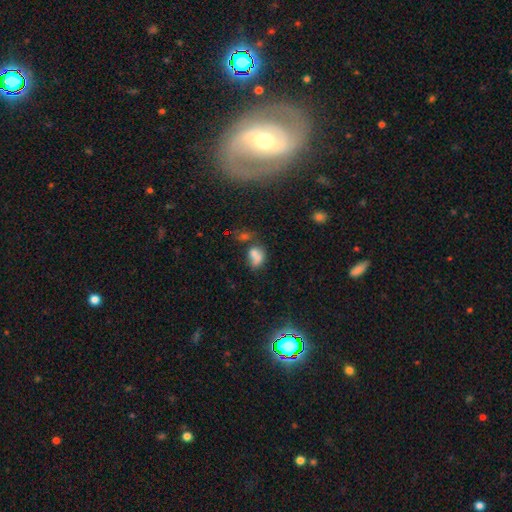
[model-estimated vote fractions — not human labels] A smooth galaxy with no disk features (68%) that is in between round and cigar-shaped (69%).

Vote fractions:
- Smooth or featured? smooth: 68% / featured or disk: 16% / star or artifact: 15%
- How rounded? in between: 69% / round: 28% / cigar-shaped: 2%
- Merging? merger: 47% / none: 28% / minor disturbance: 15% / major disturbance: 11%